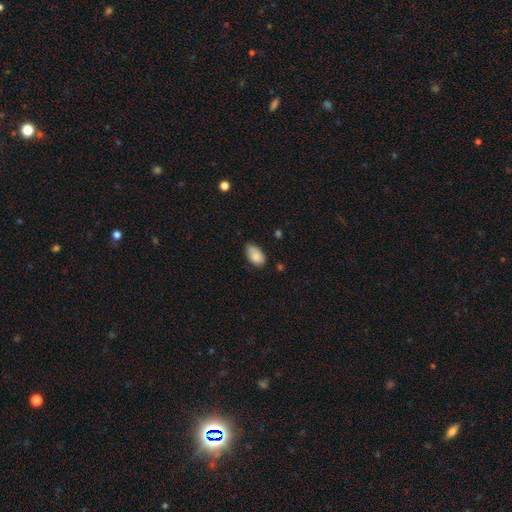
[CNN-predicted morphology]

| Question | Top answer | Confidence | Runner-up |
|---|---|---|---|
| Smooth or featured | smooth | 86% | star or artifact (7%) |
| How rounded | in between | 93% | round (5%) |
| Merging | none | 62% | minor disturbance (31%) |